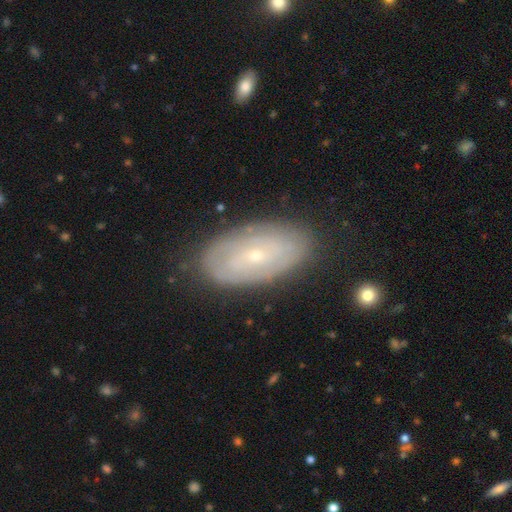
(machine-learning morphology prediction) type=featured or disk (65%); edge-on=no (93%); bar=no (72%); spiral arms=yes (67%); bulge=small (79%); merging=none (82%).